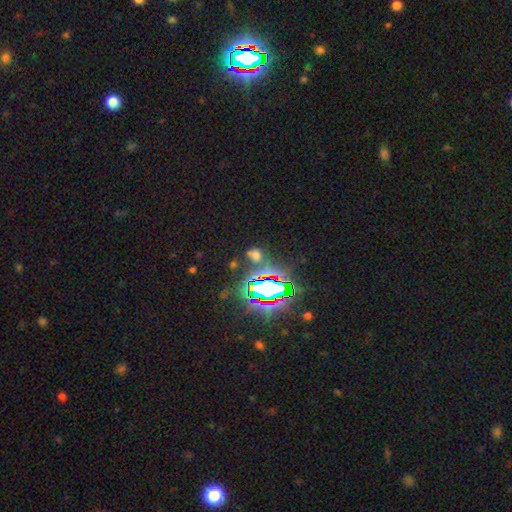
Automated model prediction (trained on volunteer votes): Smooth or featured? star or artifact (53%)